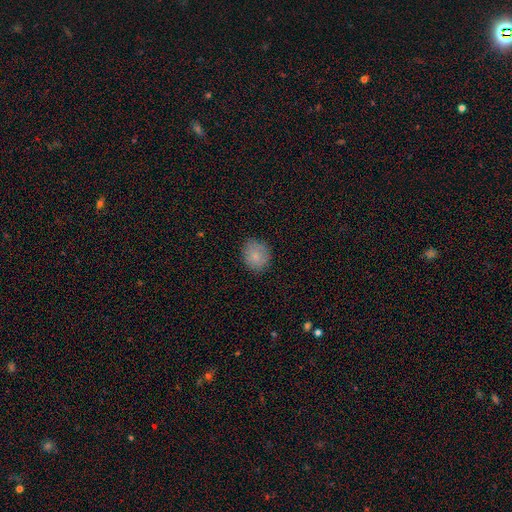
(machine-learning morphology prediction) The model was most divided on "how rounded": round: 67%, in between: 32%, cigar-shaped: 1%. More confident: merging — none (84%); smooth or featured — smooth (82%).